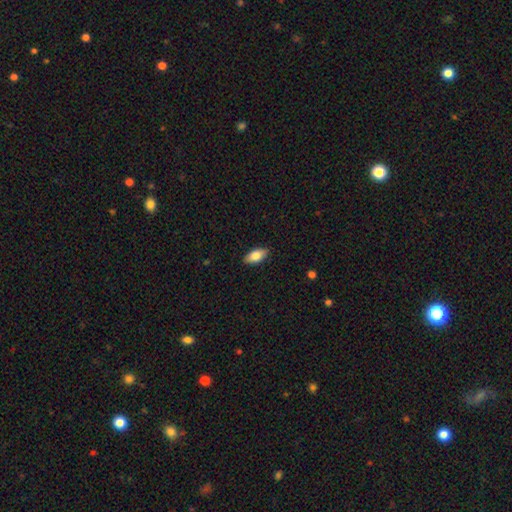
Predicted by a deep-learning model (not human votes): Smooth or featured? Predicted: smooth (p=0.78). How rounded? Predicted: in between (p=0.89). Merging? Predicted: none (p=0.88).